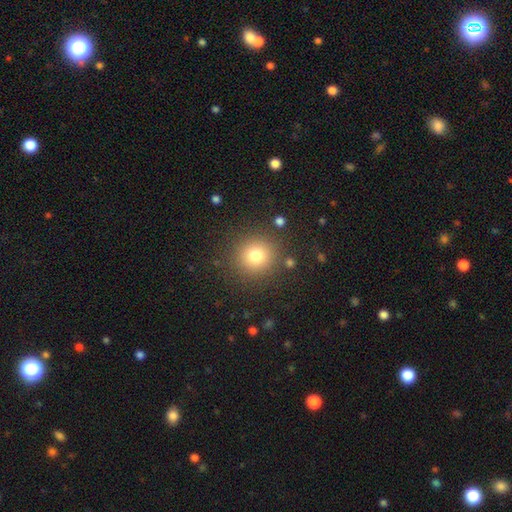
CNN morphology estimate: Overall: smooth (77%). How rounded: round (93%). Merging: none (87%).